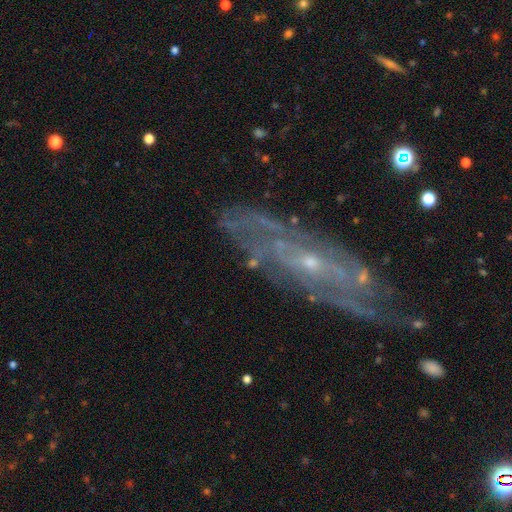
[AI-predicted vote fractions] The model was most divided on "spiral arm count": can't tell: 45%, 2: 27%, 3: 10%, 4: 6%, 1: 6%, more than 4: 5%. More confident: edge-on disk — no (84%); smooth or featured — featured or disk (82%); spiral arms — yes (82%); bulge size — small (72%); merging — none (69%); bar — no (65%); spiral winding — tight (54%).